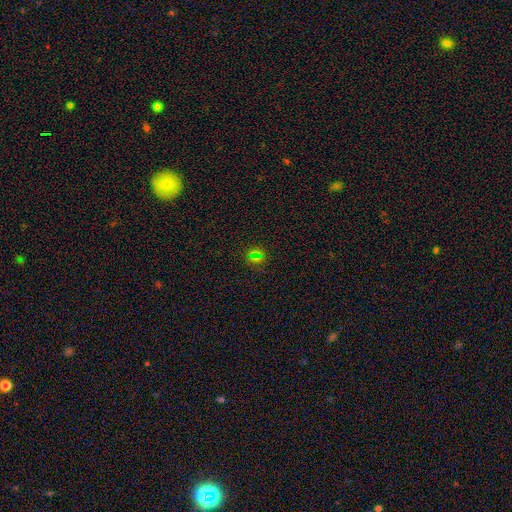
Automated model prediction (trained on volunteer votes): Morphology: type=smooth (47%); merging=none (82%).